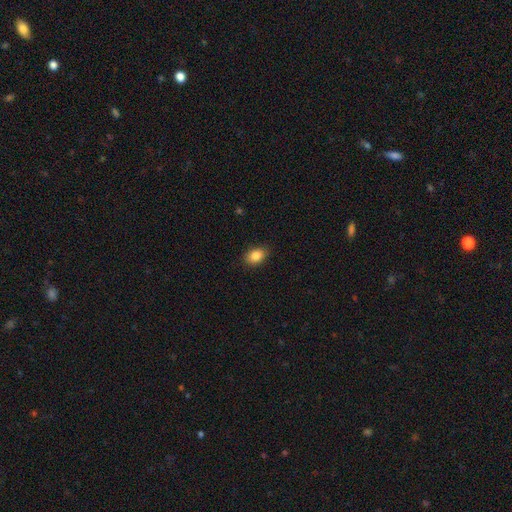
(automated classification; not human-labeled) This is clearly a smooth galaxy (85%). How rounded: likely in between (76%). Merging: clearly none (87%).